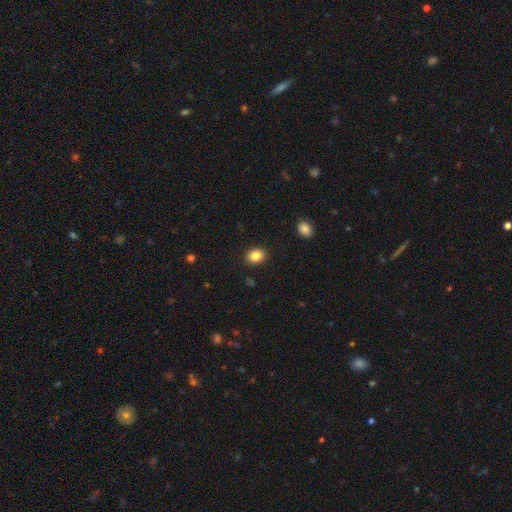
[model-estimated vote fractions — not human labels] Morphology: type=smooth (85%); roundness=in between (52%); merging=none (90%).